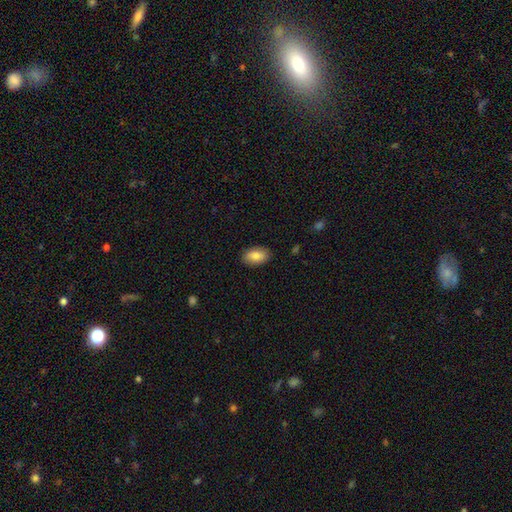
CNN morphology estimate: This appears to be a smooth galaxy with no disk features (84%) that is in between round and cigar-shaped (91%). Merging: none (88%).